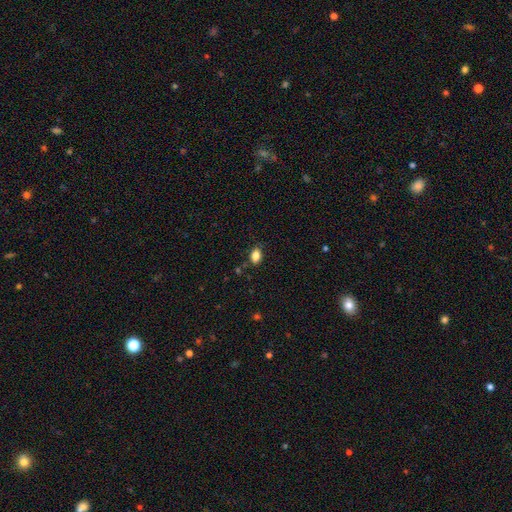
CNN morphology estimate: The model was most divided on "how rounded": in between: 83%, round: 16%, cigar-shaped: 2%. More confident: smooth or featured — smooth (84%); merging — none (81%).